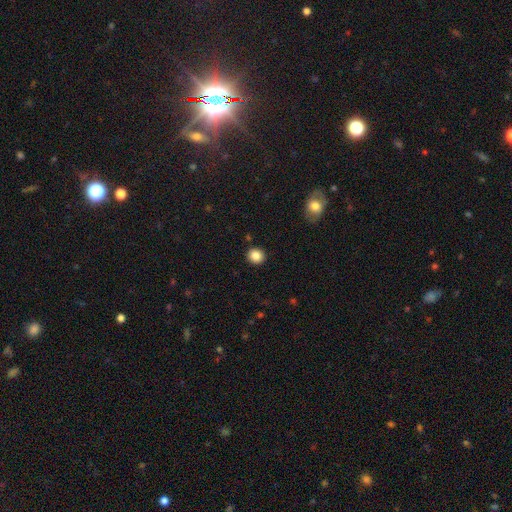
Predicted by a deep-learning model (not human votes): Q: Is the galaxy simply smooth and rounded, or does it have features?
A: smooth — 85%.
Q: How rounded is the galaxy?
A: round — 84%.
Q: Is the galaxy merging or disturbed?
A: none — 91%.